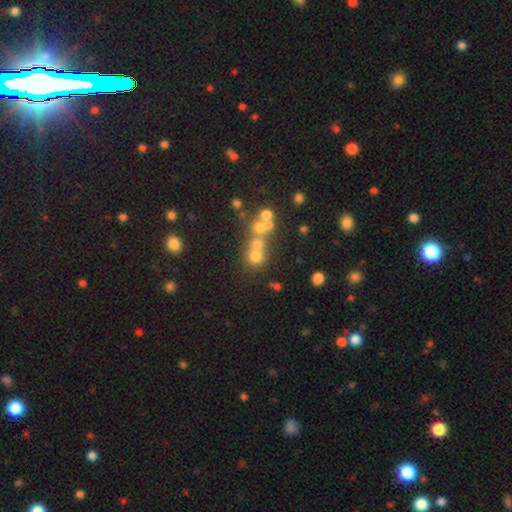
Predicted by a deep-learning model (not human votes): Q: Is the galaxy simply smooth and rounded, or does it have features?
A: smooth — 56%.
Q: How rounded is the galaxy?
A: round — 85%.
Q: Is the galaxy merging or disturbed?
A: none — 45%.